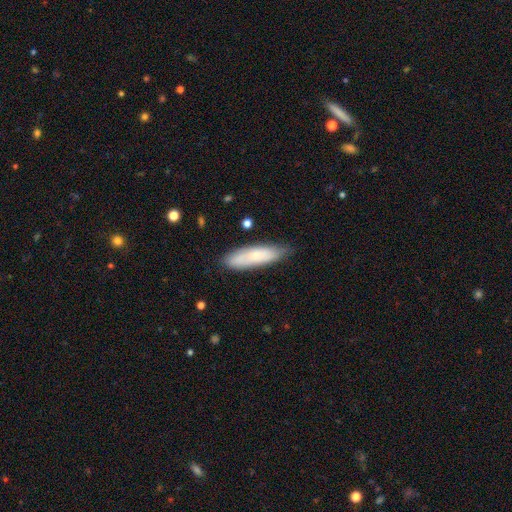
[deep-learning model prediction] This appears to be a smooth galaxy with no disk features (68%) that is cigar-shaped (62%). Merging: none (75%).